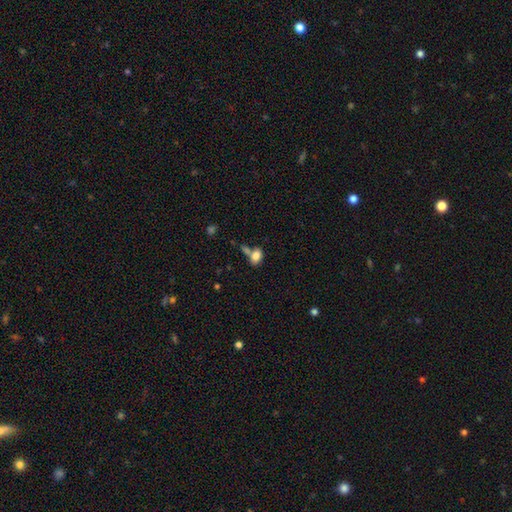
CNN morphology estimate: smooth-or-featured: smooth: 81% | featured or disk: 10% | star or artifact: 9%
  how-rounded: in between: 82% | round: 15% | cigar-shaped: 2%
  merging: none: 43% | merger: 36% | minor disturbance: 15% | major disturbance: 7%